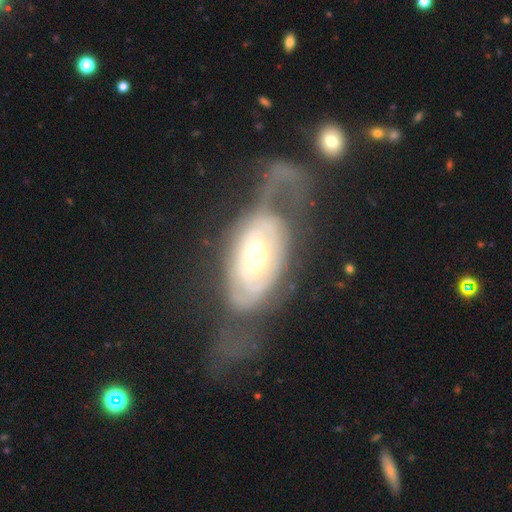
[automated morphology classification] smooth-or-featured: featured or disk: 74% | smooth: 20% | star or artifact: 6%
  disk-edge-on: no: 92% | yes: 8%
    bar: no: 68% | weak: 24% | strong: 8%
    has-spiral-arms: yes: 63% | no: 37%
    bulge-size: moderate: 65% | large: 20% | small: 12% | dominant: 2% | none: 1%
  merging: major disturbance: 50% | none: 27% | minor disturbance: 18% | merger: 5%